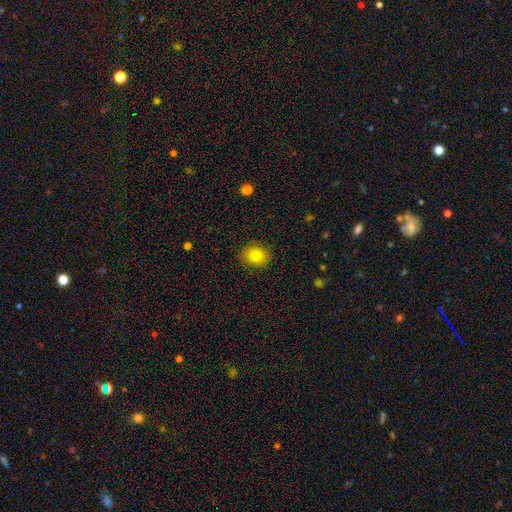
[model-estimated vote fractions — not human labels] Smooth or featured? Predicted: smooth (p=0.82). How rounded? Predicted: round (p=0.68). Merging? Predicted: none (p=0.89).